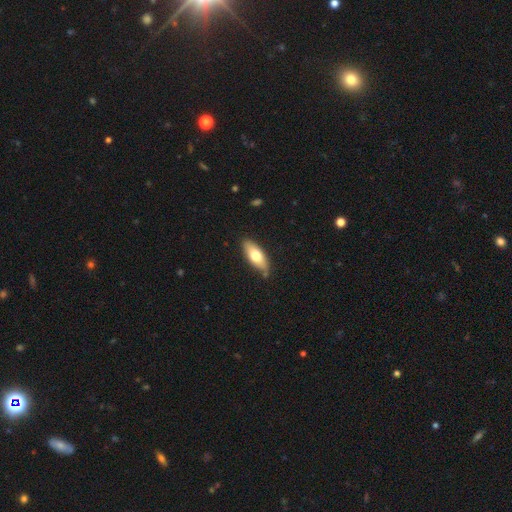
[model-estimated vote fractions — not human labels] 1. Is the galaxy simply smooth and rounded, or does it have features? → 65% smooth, 29% featured or disk, 6% star or artifact.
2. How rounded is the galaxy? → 76% in between, 21% cigar-shaped, 3% round.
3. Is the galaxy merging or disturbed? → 80% none, 15% minor disturbance, 3% major disturbance, 2% merger.